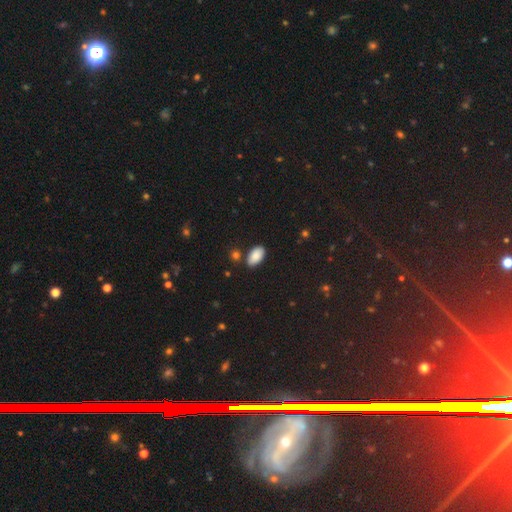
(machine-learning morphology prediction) Q: Smooth or featured?
A: smooth (88%); runner-up: star or artifact (8%)
Q: How rounded?
A: in between (95%); runner-up: round (3%)
Q: Merging?
A: none (81%); runner-up: minor disturbance (12%)